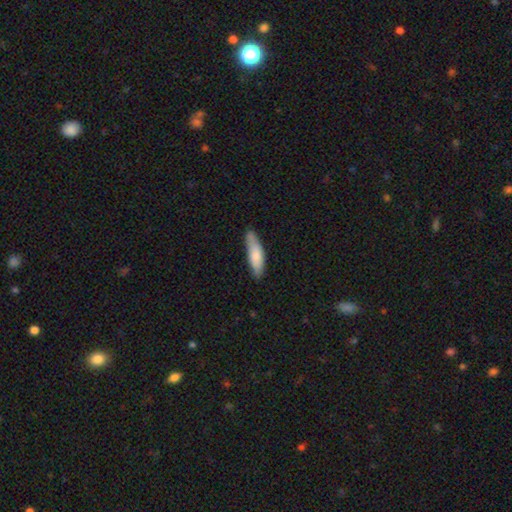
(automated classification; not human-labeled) Overall: smooth (76%). How rounded: cigar-shaped (58%; in between 40%). Merging: none (75%).